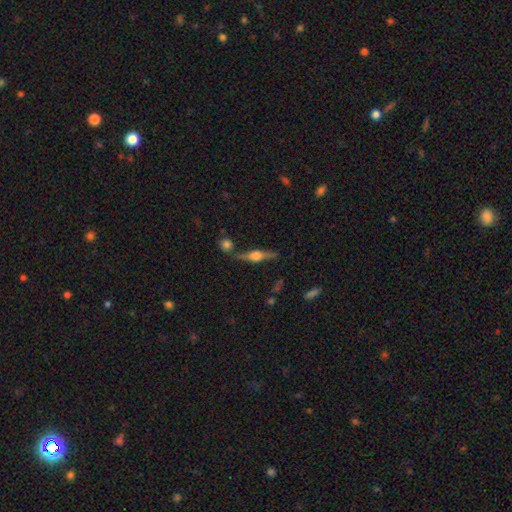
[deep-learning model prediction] Smooth or featured: featured or disk — 76% (smooth — 17%)
Edge-on disk: yes — 95% (no — 5%)
Edge-on bulge: rounded — 88% (boxy — 10%)
Merging: none — 74% (minor disturbance — 13%)